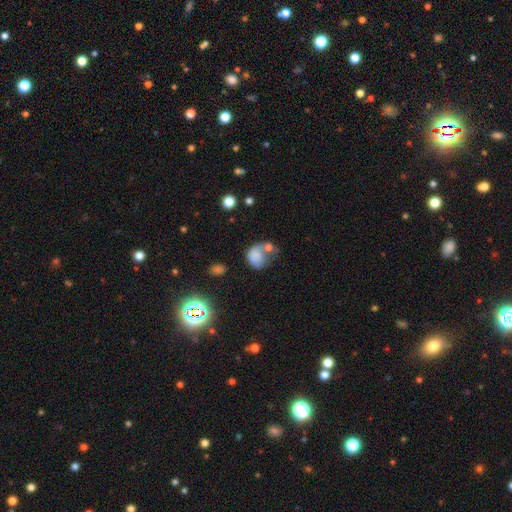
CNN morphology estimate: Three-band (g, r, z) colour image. It shows a smooth galaxy with no disk features (65%) that is round (55%). Merging: merger (29%).